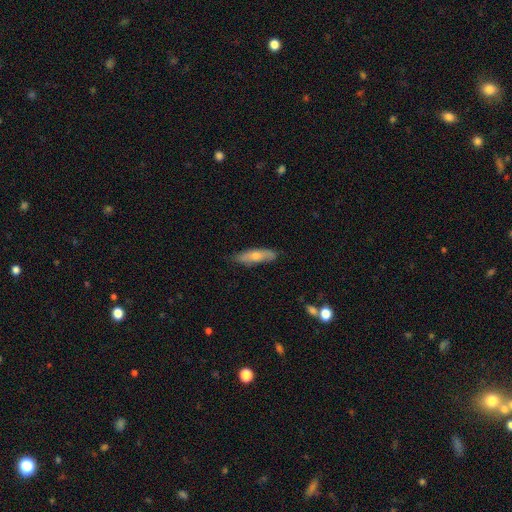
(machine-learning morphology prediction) type=smooth (56%); roundness=cigar-shaped (70%); merging=none (81%).